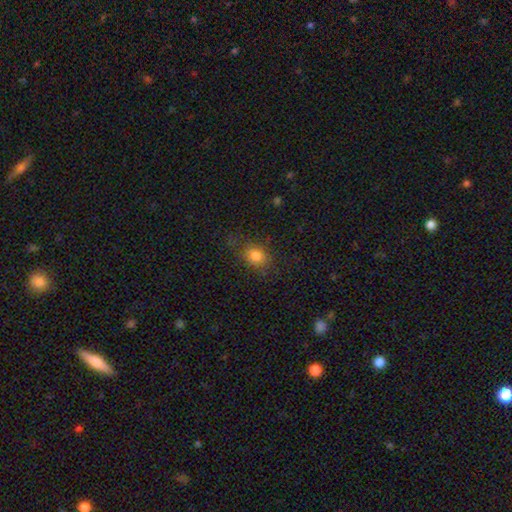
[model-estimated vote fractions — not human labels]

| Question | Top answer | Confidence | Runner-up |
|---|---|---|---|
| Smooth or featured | smooth | 81% | star or artifact (12%) |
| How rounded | in between | 50% | round (49%) |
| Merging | none | 76% | minor disturbance (16%) |